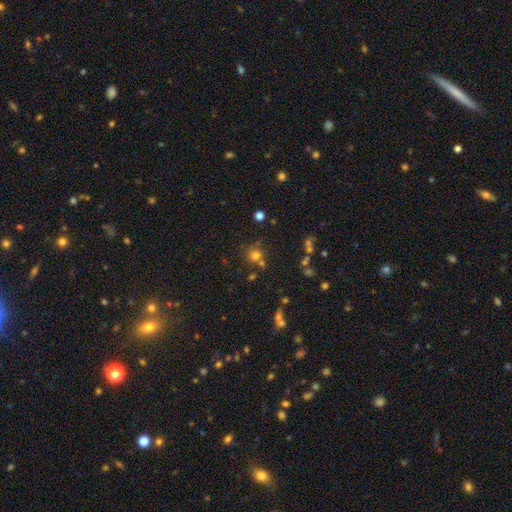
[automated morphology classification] Smooth or featured?
  - smooth: 70% *
  - star or artifact: 21%
  - featured or disk: 9%
How rounded?
  - round: 85% *
  - in between: 13%
  - cigar-shaped: 1%
Merging?
  - none: 62% *
  - merger: 20%
  - minor disturbance: 12%
  - major disturbance: 6%